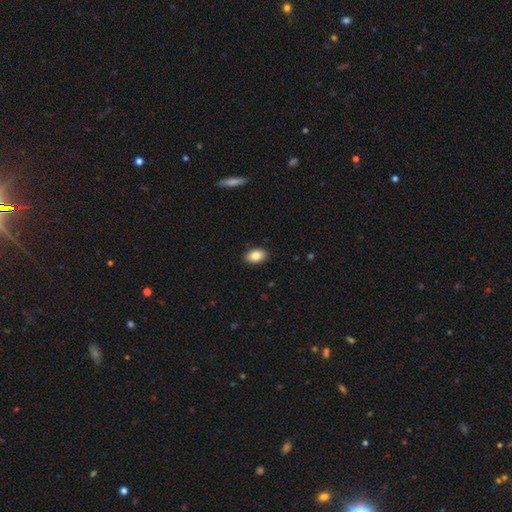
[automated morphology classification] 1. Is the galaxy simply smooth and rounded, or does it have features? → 84% smooth, 8% featured or disk, 8% star or artifact.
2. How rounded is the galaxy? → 90% in between, 8% round, 1% cigar-shaped.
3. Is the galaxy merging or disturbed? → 90% none, 8% minor disturbance, 2% major disturbance, 1% merger.